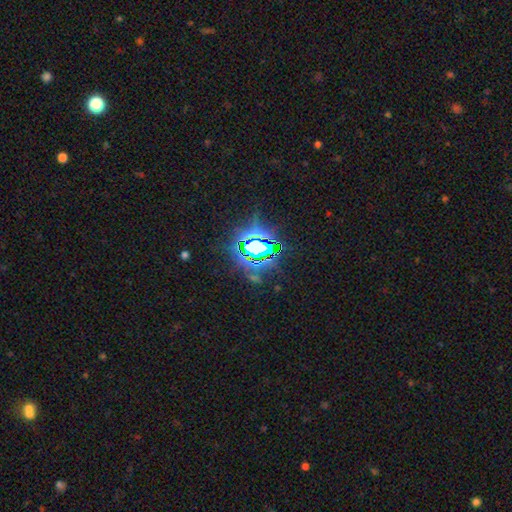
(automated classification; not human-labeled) This appears to be a star or artifact, not a galaxy (82%).